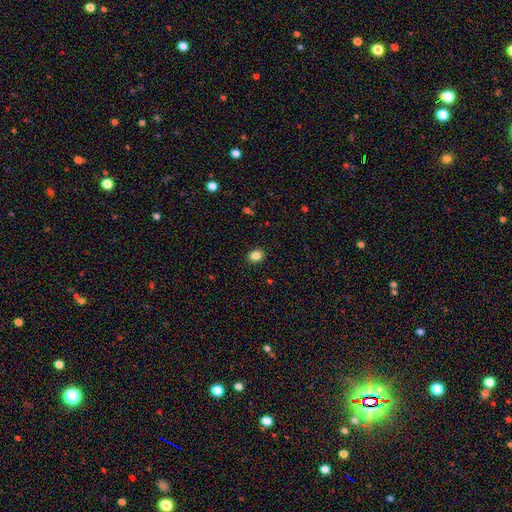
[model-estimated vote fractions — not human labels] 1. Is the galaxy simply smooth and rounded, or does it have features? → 84% smooth, 10% star or artifact, 5% featured or disk.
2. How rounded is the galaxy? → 54% in between, 46% round, 1% cigar-shaped.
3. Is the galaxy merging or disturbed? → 90% none, 7% minor disturbance, 2% major disturbance, 1% merger.